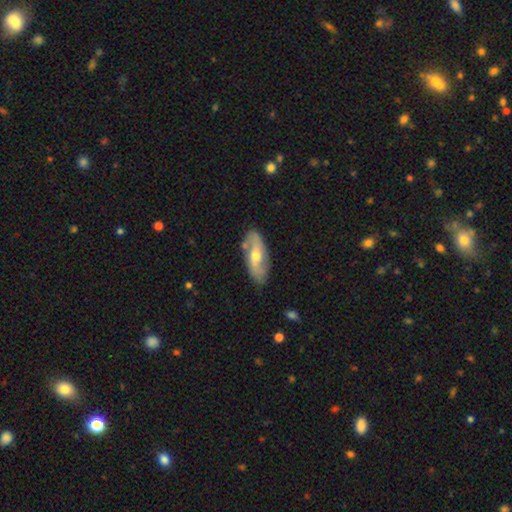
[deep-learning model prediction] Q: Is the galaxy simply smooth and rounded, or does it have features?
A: featured or disk — 66%.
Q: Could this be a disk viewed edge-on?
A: no — 84%.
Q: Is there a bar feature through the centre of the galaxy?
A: no — 49%.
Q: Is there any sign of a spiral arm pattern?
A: yes — 80%.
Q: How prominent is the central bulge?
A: moderate — 64%.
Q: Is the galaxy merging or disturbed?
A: none — 80%.